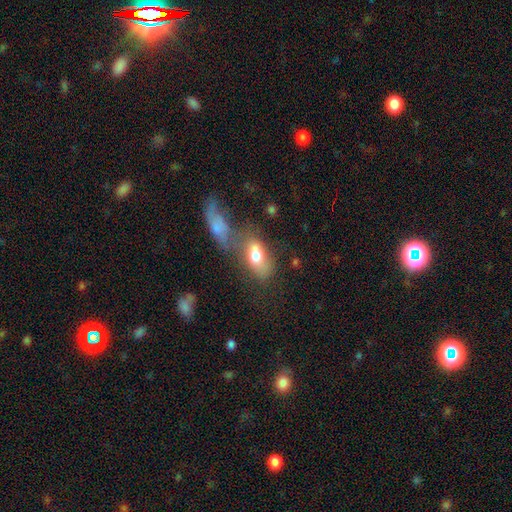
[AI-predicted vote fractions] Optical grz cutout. It shows a smooth galaxy with no disk features (69%) that is in between round and cigar-shaped (87%). Merging: merger (40%).